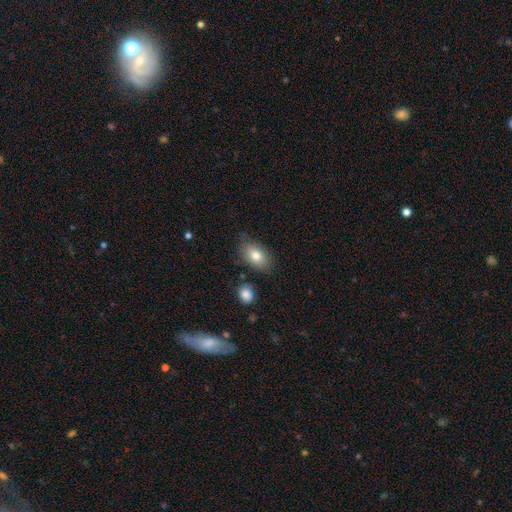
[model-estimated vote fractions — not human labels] Smooth or featured?
  - smooth: 79% *
  - featured or disk: 14%
  - star or artifact: 8%
How rounded?
  - in between: 89% *
  - round: 9%
  - cigar-shaped: 2%
Merging?
  - none: 74% *
  - minor disturbance: 18%
  - major disturbance: 4%
  - merger: 4%